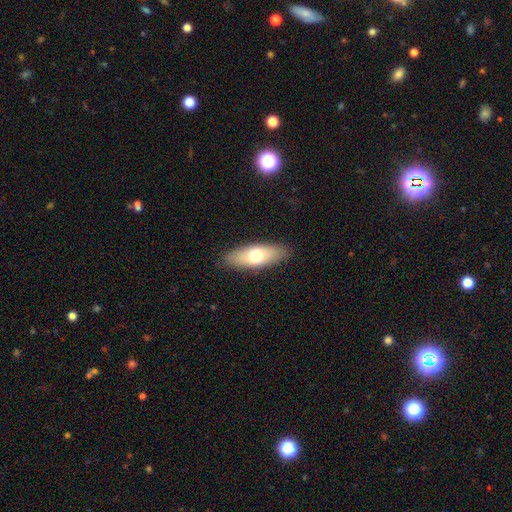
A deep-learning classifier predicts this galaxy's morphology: smooth-or-featured: smooth: 68% | featured or disk: 26% | star or artifact: 6%
  how-rounded: in between: 70% | cigar-shaped: 27% | round: 3%
  merging: none: 87% | minor disturbance: 9% | major disturbance: 2% | merger: 1%